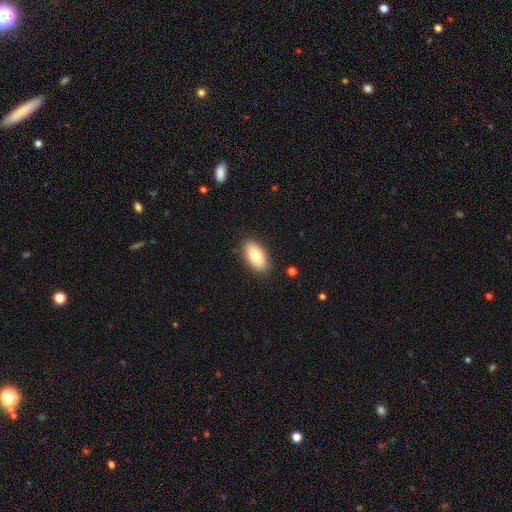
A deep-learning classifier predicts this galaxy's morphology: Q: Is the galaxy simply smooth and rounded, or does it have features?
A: smooth — 79%.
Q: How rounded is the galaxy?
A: in between — 93%.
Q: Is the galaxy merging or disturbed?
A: none — 87%.